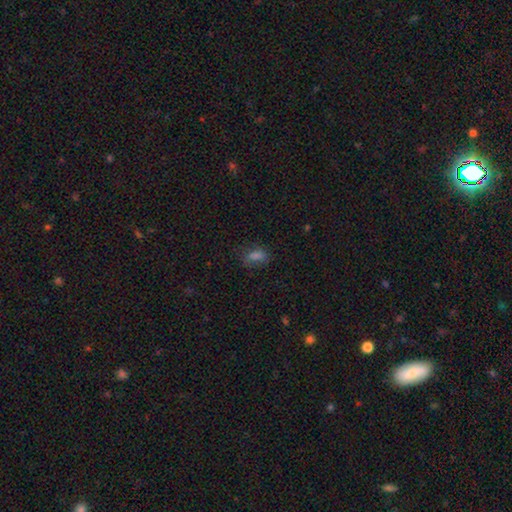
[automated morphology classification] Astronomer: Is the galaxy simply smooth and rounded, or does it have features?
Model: smooth — 68%.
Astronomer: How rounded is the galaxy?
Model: in between — 79%.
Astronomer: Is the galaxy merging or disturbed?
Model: none — 62%.